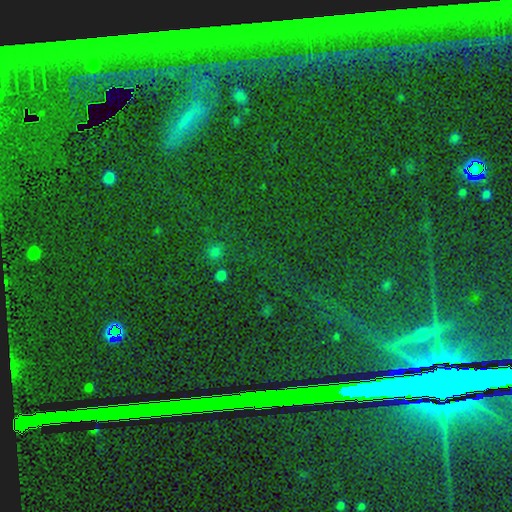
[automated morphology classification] type=star or artifact (77%).